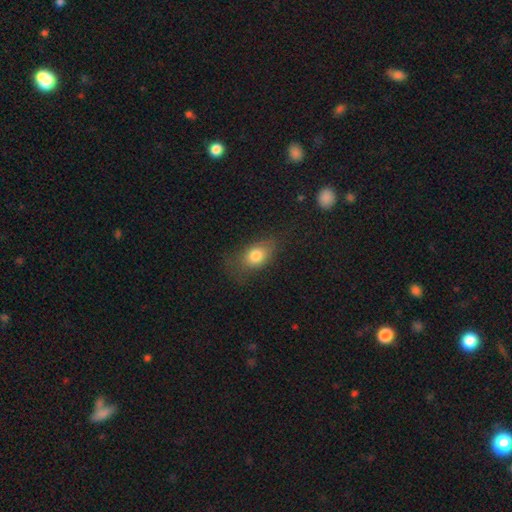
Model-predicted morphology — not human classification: smooth_or_featured: smooth (p=0.79) [alt: featured or disk p=0.12]
how_rounded: in between (p=0.76) [alt: round p=0.20]
merging: none (p=0.59) [alt: minor disturbance p=0.26]